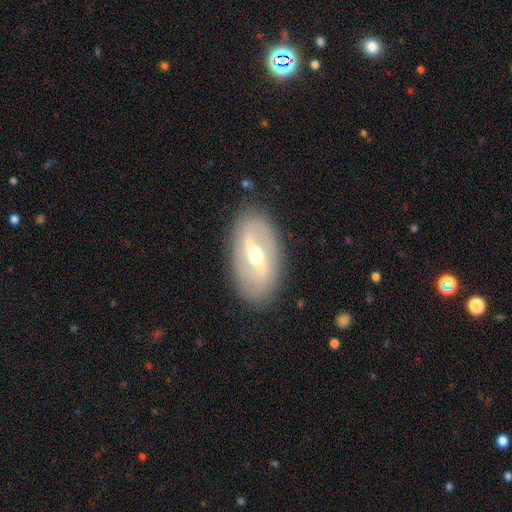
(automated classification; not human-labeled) A featured or disk galaxy (77%) with a strong bar (44%), spiral arms (69%) and a moderate central bulge (73%).

Vote fractions:
- Smooth or featured? featured or disk: 77% / smooth: 17% / star or artifact: 6%
- Edge-on disk? no: 92% / yes: 8%
- Bar? strong: 44% / weak: 42% / no: 14%
- Spiral arms? yes: 69% / no: 31%
- Bulge size? moderate: 73% / small: 18% / large: 8% / dominant: 1% / none: 1%
- Merging? none: 84% / minor disturbance: 11% / major disturbance: 4% / merger: 1%